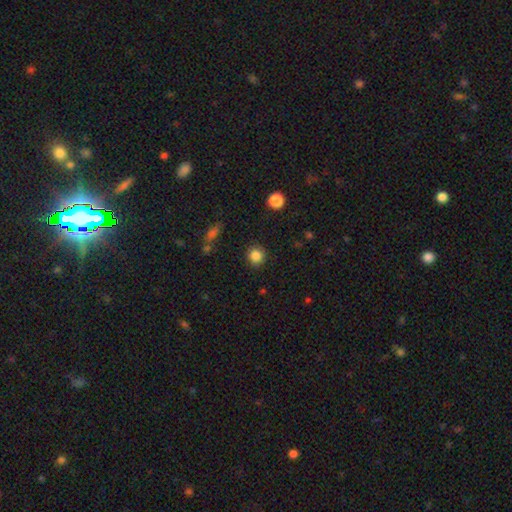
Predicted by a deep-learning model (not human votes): This is clearly a smooth galaxy (85%). How rounded: clearly round (91%). Merging: clearly none (89%).